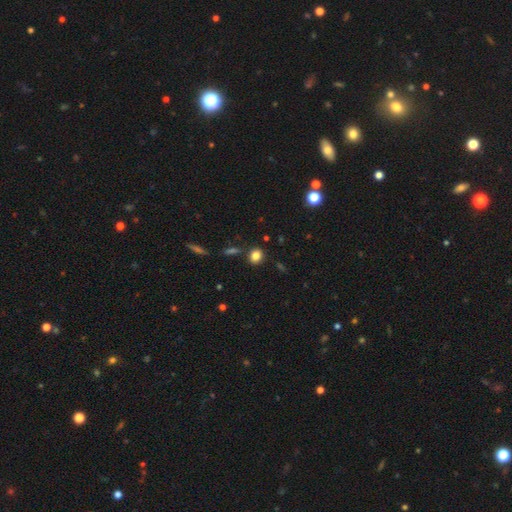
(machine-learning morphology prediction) Smooth or featured?
  - smooth: 83% *
  - star or artifact: 11%
  - featured or disk: 6%
How rounded?
  - round: 62% *
  - in between: 36%
  - cigar-shaped: 2%
Merging?
  - none: 85% *
  - minor disturbance: 8%
  - merger: 4%
  - major disturbance: 2%